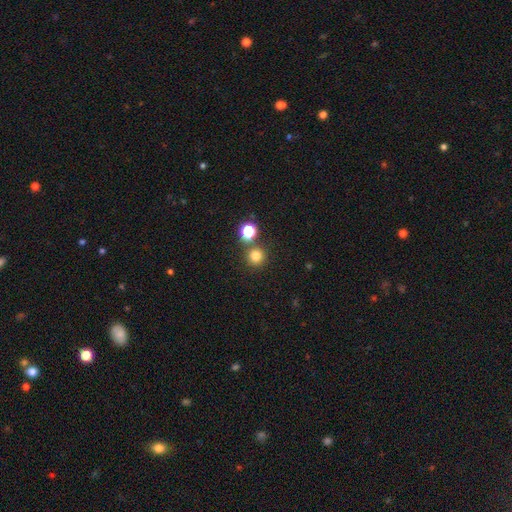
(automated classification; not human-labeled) Smooth or featured: smooth — 77% (star or artifact — 17%)
How rounded: round — 94% (in between — 5%)
Merging: none — 78% (merger — 12%)